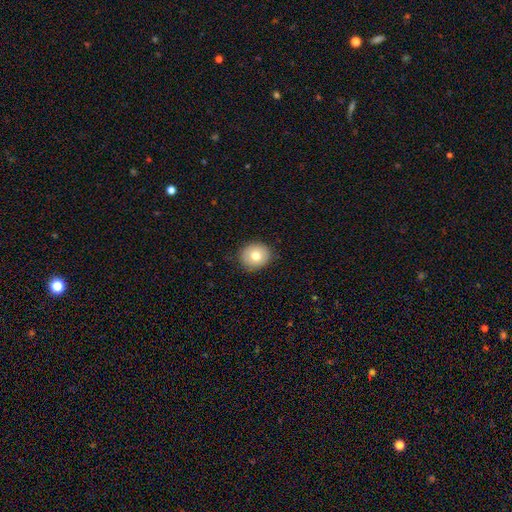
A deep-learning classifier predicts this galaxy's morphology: This appears to be a smooth galaxy with no disk features (75%) that is round (81%). Merging: none (88%).